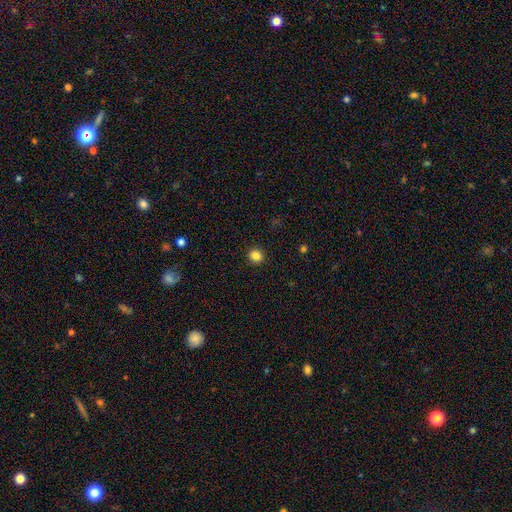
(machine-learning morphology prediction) smooth_or_featured: smooth (p=0.84) [alt: star or artifact p=0.12]
how_rounded: round (p=0.89) [alt: in between p=0.10]
merging: none (p=0.92) [alt: minor disturbance p=0.05]